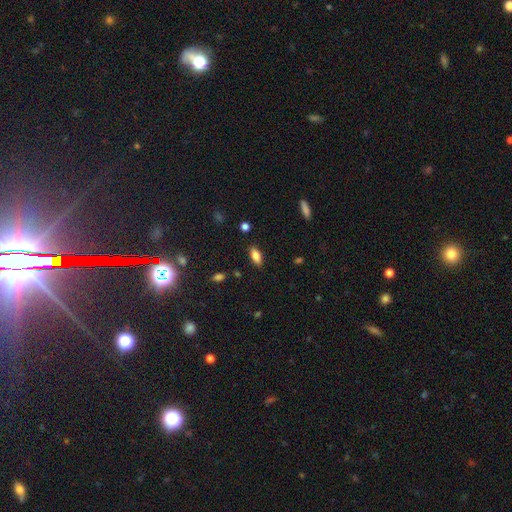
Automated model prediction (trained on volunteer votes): smooth 77%, featured or disk 14%, star or artifact 9%. Down the decision tree: how rounded — in between (85%); merging — none (86%).